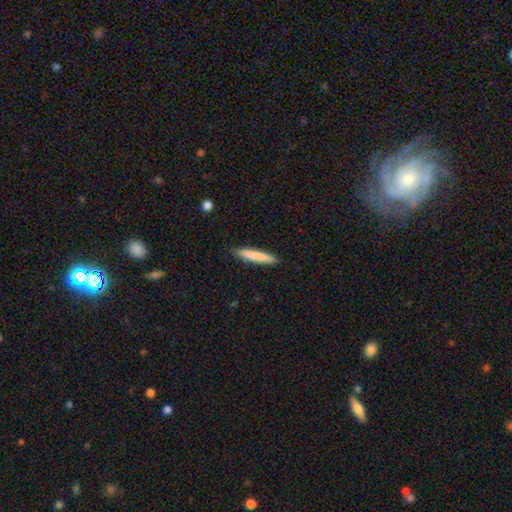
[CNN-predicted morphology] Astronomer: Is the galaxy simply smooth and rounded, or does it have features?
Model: smooth — 81%.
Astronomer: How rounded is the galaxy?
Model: cigar-shaped — 93%.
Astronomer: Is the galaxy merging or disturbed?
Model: none — 89%.